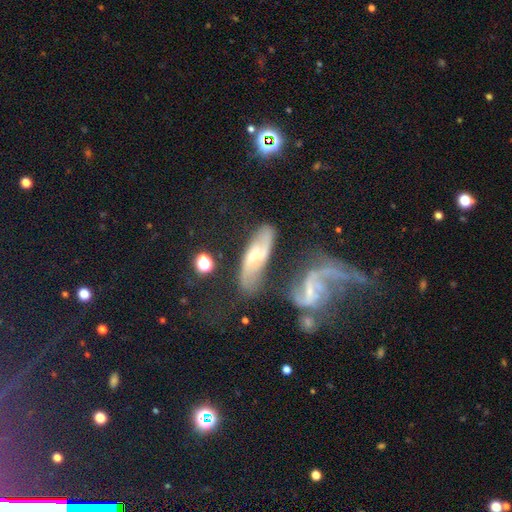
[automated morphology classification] type=featured or disk (67%); edge-on=no (82%); bar=weak (44%); spiral arms=yes (88%); bulge=small (58%); merging=none (50%).